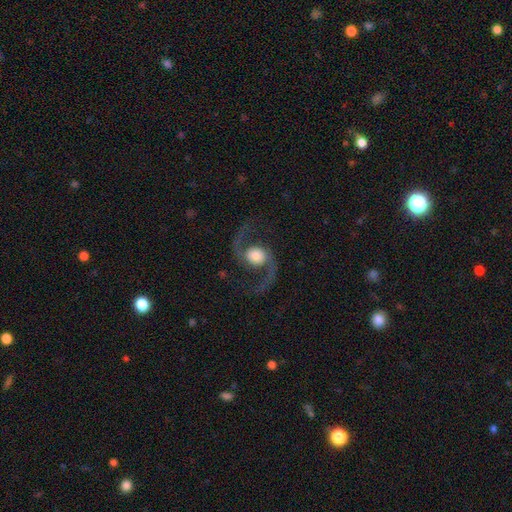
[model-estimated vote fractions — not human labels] Smooth or featured? Predicted: featured or disk (p=0.90). Edge-on disk? Predicted: no (p=0.98). Bar? Predicted: no (p=0.68). Spiral arms? Predicted: yes (p=0.98). Spiral winding? Predicted: loose (p=0.64). Spiral arm count? Predicted: 2 (p=0.95). Bulge size? Predicted: large (p=0.36). Merging? Predicted: none (p=0.80).